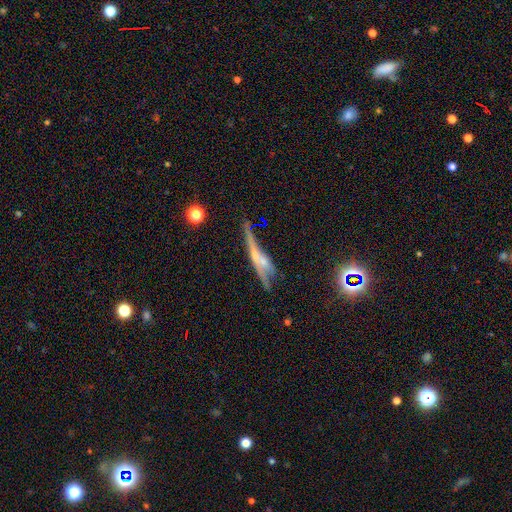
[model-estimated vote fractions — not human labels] Smooth or featured?
  - featured or disk: 58% *
  - smooth: 24%
  - star or artifact: 18%
Edge-on disk?
  - yes: 81% *
  - no: 19%
Merging?
  - none: 48% *
  - minor disturbance: 24%
  - major disturbance: 16%
  - merger: 12%